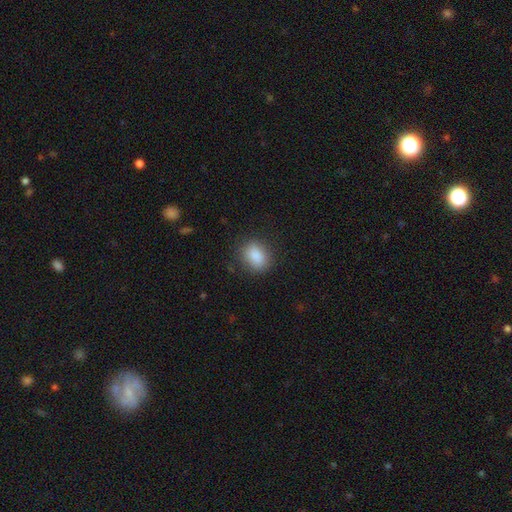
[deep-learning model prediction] Smooth or featured? Predicted: smooth (p=0.88). How rounded? Predicted: in between (p=0.58). Merging? Predicted: none (p=0.83).